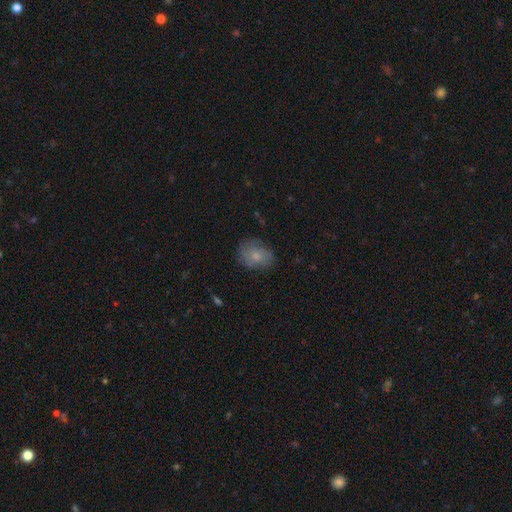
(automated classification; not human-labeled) The model was most divided on "how rounded": in between: 58%, round: 41%, cigar-shaped: 1%. More confident: merging — none (73%); smooth or featured — smooth (72%).